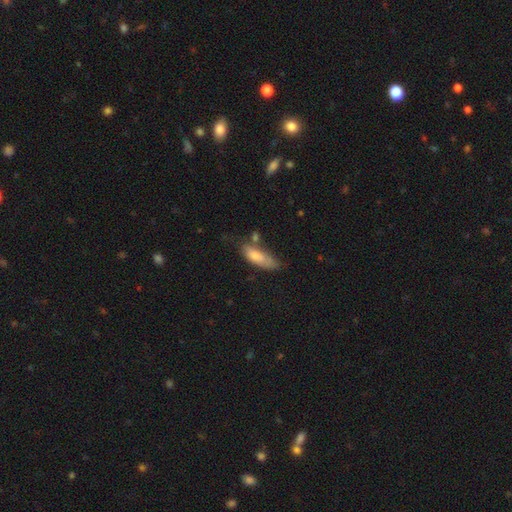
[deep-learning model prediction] Q: Smooth or featured?
A: smooth (74%); runner-up: featured or disk (19%)
Q: How rounded?
A: in between (61%); runner-up: cigar-shaped (37%)
Q: Merging?
A: none (45%); runner-up: minor disturbance (32%)